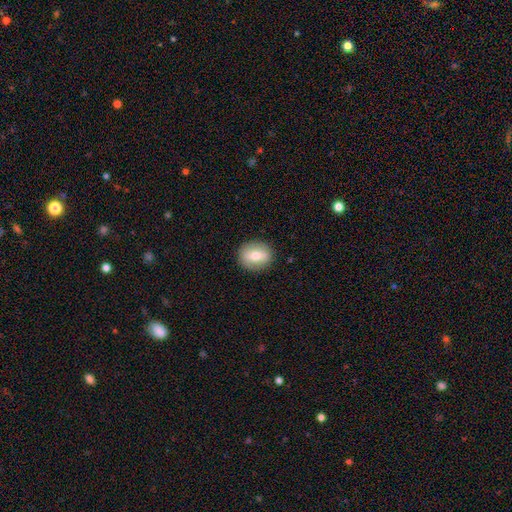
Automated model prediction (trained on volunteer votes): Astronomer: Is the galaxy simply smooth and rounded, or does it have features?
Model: smooth — 65%.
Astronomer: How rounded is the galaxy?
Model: round — 58% (runner-up: in between, 40%).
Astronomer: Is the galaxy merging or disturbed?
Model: none — 88%.